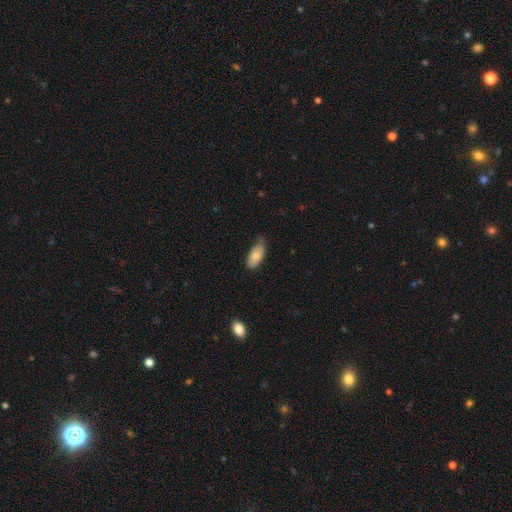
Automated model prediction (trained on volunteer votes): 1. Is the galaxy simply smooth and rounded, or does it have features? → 81% smooth, 13% featured or disk, 6% star or artifact.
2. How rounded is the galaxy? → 90% in between, 8% cigar-shaped, 2% round.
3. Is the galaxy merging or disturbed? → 56% none, 36% minor disturbance, 6% major disturbance, 2% merger.